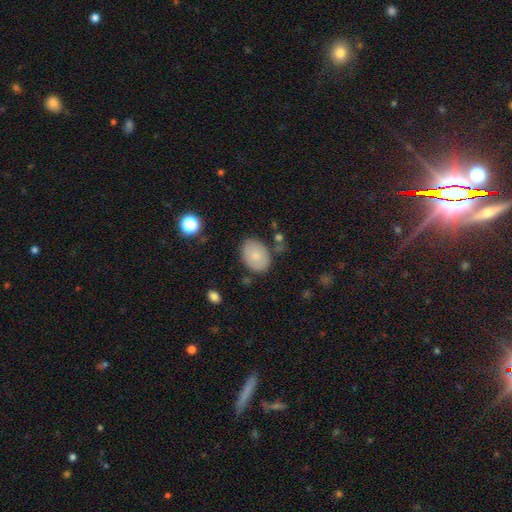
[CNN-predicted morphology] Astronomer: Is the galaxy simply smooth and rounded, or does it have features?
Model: smooth — 76%.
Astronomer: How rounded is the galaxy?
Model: in between — 76%.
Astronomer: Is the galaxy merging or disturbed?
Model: none — 77%.